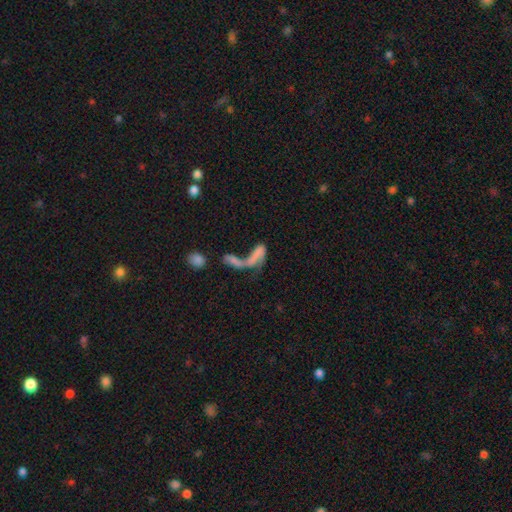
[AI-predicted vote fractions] The model was most divided on "how rounded": in between: 54%, cigar-shaped: 42%, round: 5%. More confident: merging — merger (65%); smooth or featured — smooth (50%).